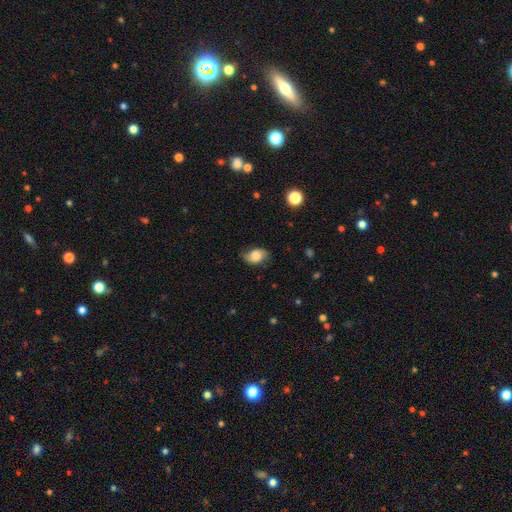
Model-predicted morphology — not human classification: Smooth or featured?
  - smooth: 60% *
  - featured or disk: 30%
  - star or artifact: 9%
How rounded?
  - in between: 80% *
  - round: 19%
  - cigar-shaped: 1%
Merging?
  - none: 65% *
  - minor disturbance: 25%
  - major disturbance: 8%
  - merger: 1%